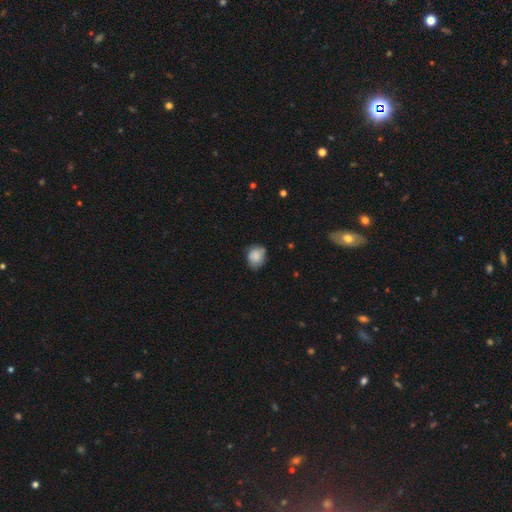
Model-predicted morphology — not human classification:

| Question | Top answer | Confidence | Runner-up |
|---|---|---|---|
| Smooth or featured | smooth | 81% | featured or disk (11%) |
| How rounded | round | 63% | in between (36%) |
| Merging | none | 61% | minor disturbance (30%) |